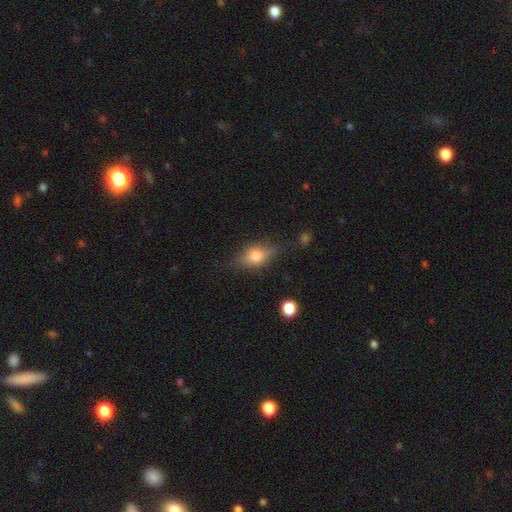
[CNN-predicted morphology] Overall: smooth (62%; featured or disk 28%). How rounded: in between (75%). Merging: none (69%).